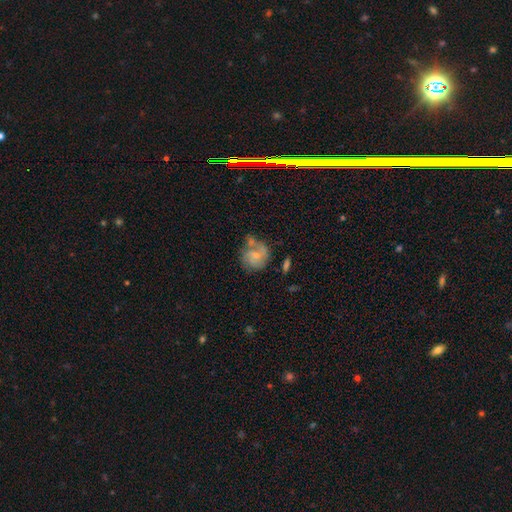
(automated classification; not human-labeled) Smooth or featured?
  - featured or disk: 49% *
  - smooth: 43%
  - star or artifact: 8%
Merging?
  - none: 42% *
  - minor disturbance: 23%
  - merger: 20%
  - major disturbance: 14%